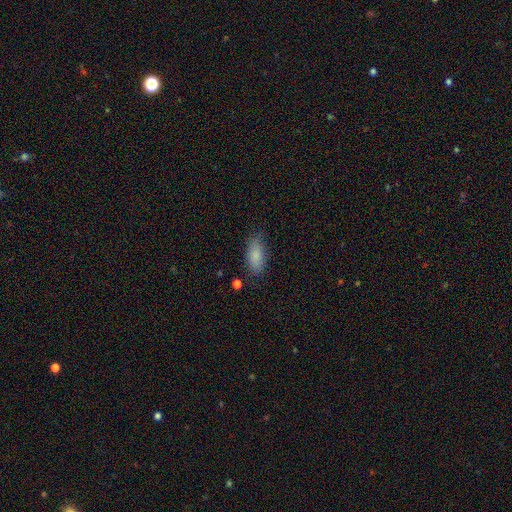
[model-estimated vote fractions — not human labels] A smooth galaxy with no disk features (85%) that is in between round and cigar-shaped (83%).

Vote fractions:
- Smooth or featured? smooth: 85% / featured or disk: 8% / star or artifact: 7%
- How rounded? in between: 83% / cigar-shaped: 15% / round: 2%
- Merging? none: 78% / minor disturbance: 16% / major disturbance: 4% / merger: 2%